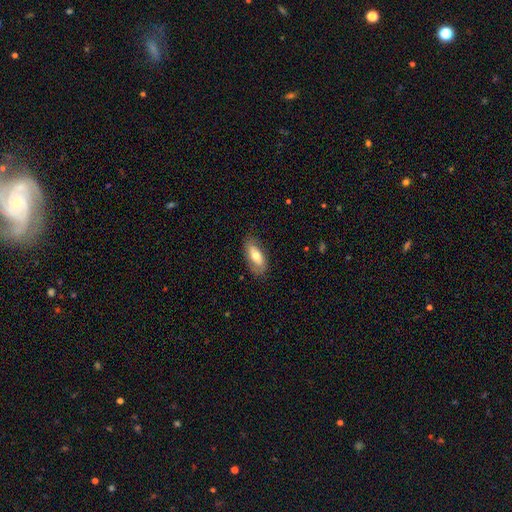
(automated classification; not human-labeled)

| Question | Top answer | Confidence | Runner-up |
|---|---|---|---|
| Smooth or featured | smooth | 64% | featured or disk (30%) |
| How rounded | in between | 83% | cigar-shaped (14%) |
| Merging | none | 78% | minor disturbance (17%) |